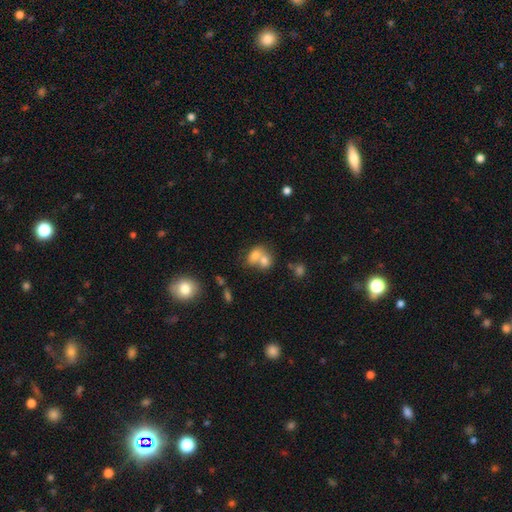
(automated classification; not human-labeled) Smooth or featured?
  - smooth: 74% *
  - featured or disk: 16%
  - star or artifact: 10%
How rounded?
  - in between: 65% *
  - round: 34%
  - cigar-shaped: 2%
Merging?
  - merger: 68% *
  - none: 22%
  - minor disturbance: 7%
  - major disturbance: 4%